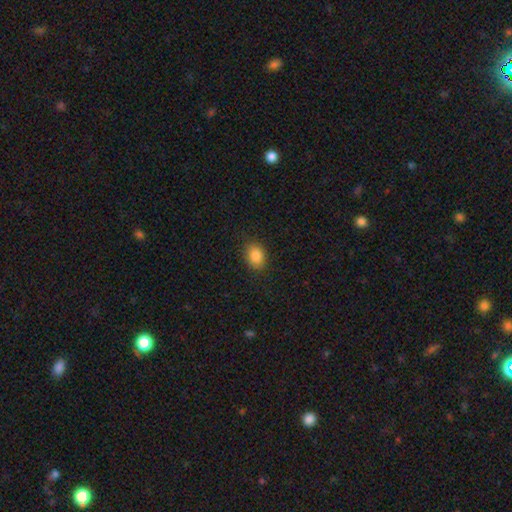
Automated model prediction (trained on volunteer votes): Smooth or featured? smooth (86%)
How rounded? in between (64%)
Merging? none (86%)